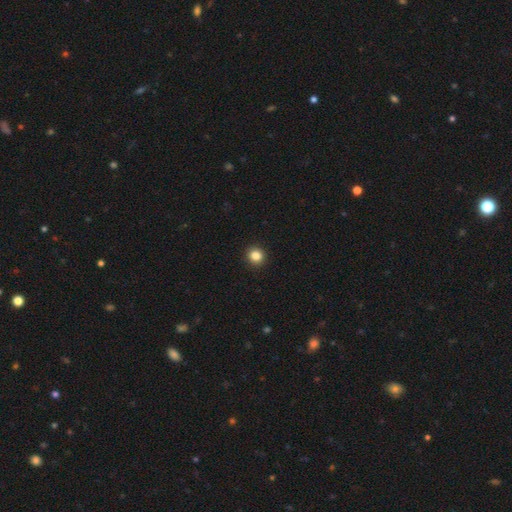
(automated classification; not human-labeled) Overall: smooth (85%). How rounded: round (91%). Merging: none (93%).